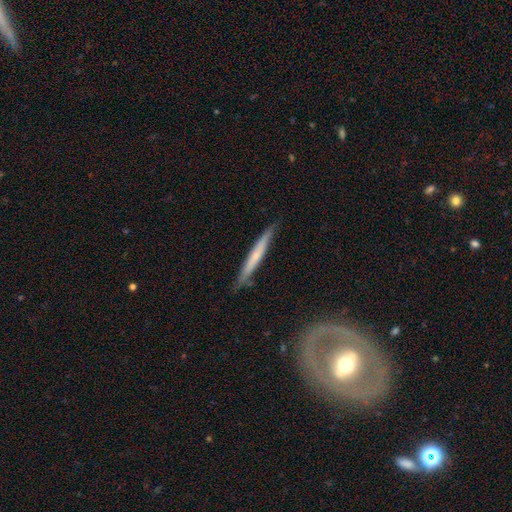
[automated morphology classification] type=smooth (51%); roundness=cigar-shaped (96%); merging=none (85%).